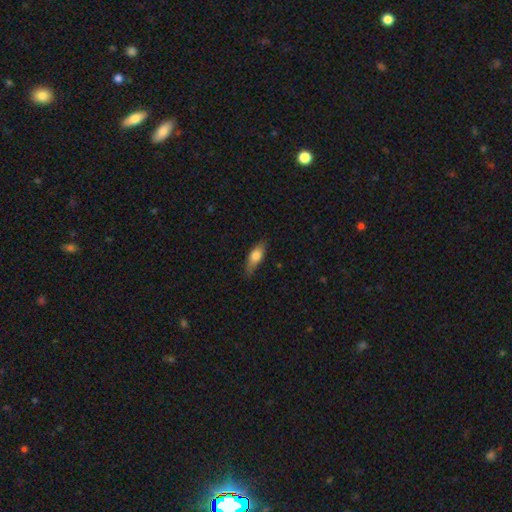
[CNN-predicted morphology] A smooth galaxy with no disk features (71%) that is in between round and cigar-shaped (64%).

Vote fractions:
- Smooth or featured? smooth: 71% / featured or disk: 23% / star or artifact: 7%
- How rounded? in between: 64% / cigar-shaped: 32% / round: 3%
- Merging? none: 72% / minor disturbance: 22% / major disturbance: 4% / merger: 1%